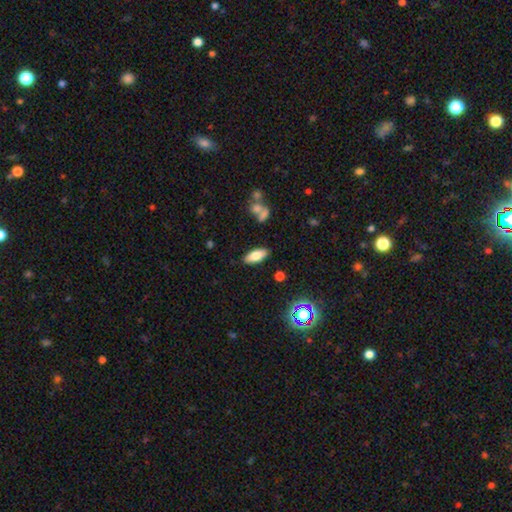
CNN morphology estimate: Smooth or featured? smooth (76%)
How rounded? in between (80%)
Merging? none (86%)